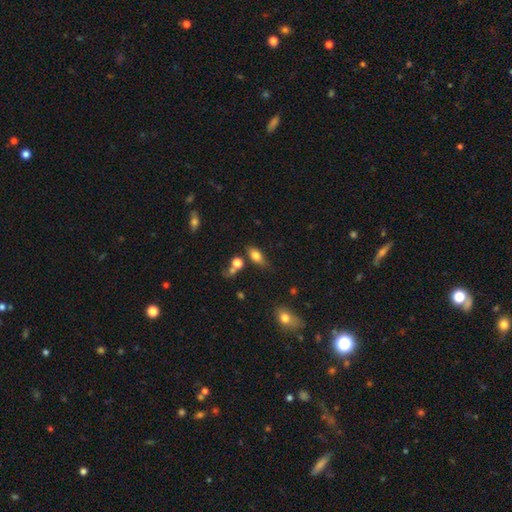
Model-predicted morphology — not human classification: smooth_or_featured: smooth (p=0.78) [alt: featured or disk p=0.12]
how_rounded: in between (p=0.81) [alt: round p=0.11]
merging: none (p=0.59) [alt: minor disturbance p=0.21]